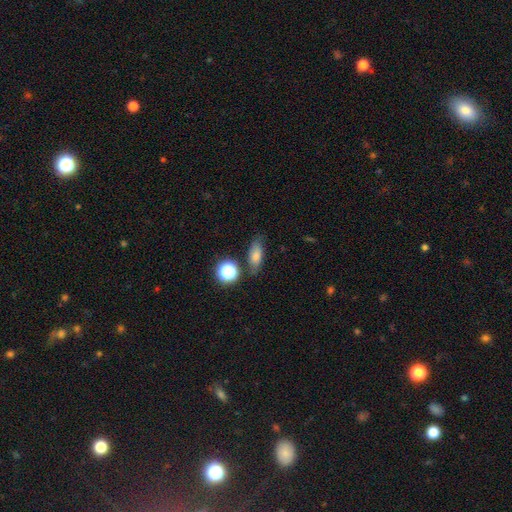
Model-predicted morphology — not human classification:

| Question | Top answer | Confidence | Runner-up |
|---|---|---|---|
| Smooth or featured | smooth | 68% | star or artifact (18%) |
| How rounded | in between | 69% | cigar-shaped (16%) |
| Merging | none | 75% | minor disturbance (14%) |